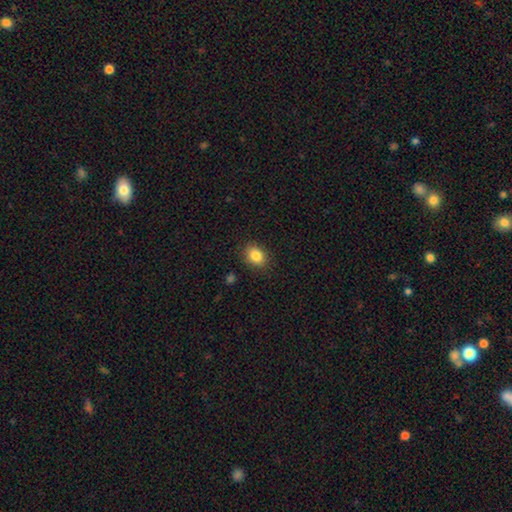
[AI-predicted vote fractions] Morphology: type=smooth (85%); roundness=in between (63%); merging=none (86%).